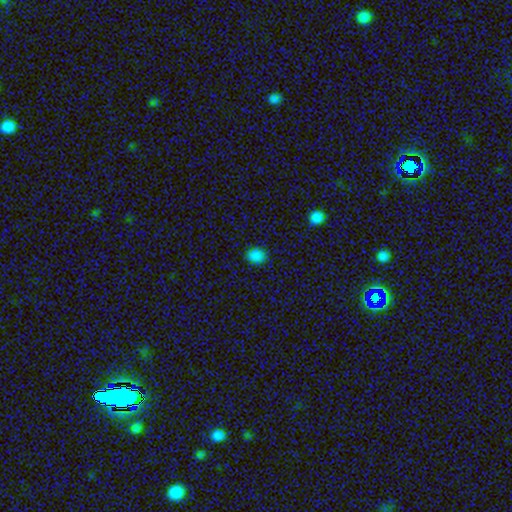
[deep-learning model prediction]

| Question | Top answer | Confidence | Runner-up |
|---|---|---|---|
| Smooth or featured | smooth | 77% | star or artifact (20%) |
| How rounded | round | 52% | in between (47%) |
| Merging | none | 88% | minor disturbance (8%) |